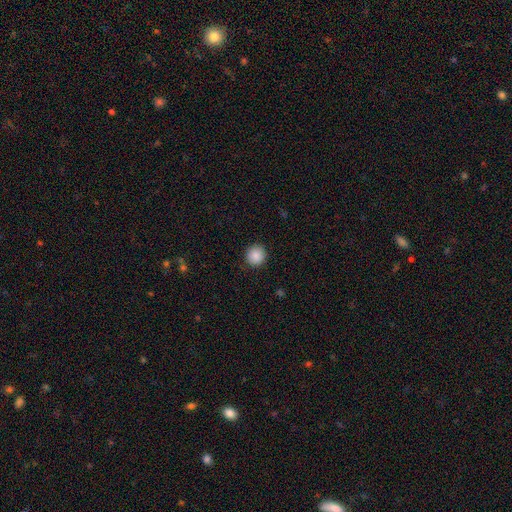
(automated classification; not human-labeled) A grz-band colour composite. It shows a smooth galaxy with no disk features (87%) that is round (93%). Merging: none (91%).